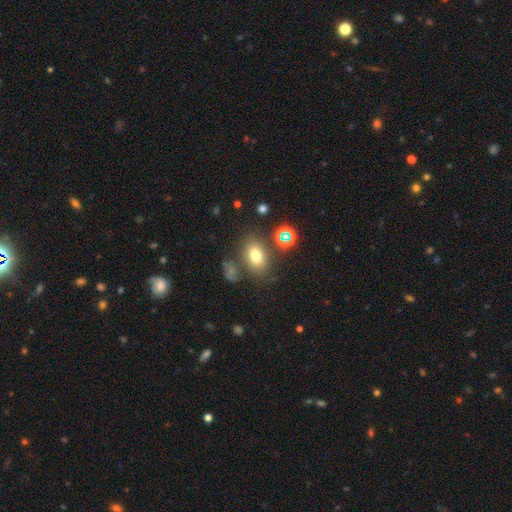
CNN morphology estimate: Overall: smooth (72%). How rounded: in between (77%). Merging: none (74%).